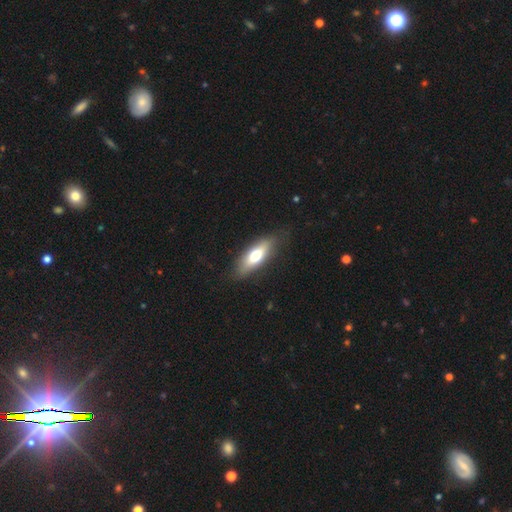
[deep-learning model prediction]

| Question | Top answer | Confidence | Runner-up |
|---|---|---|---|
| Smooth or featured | smooth | 63% | featured or disk (32%) |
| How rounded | in between | 60% | cigar-shaped (38%) |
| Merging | none | 80% | minor disturbance (15%) |